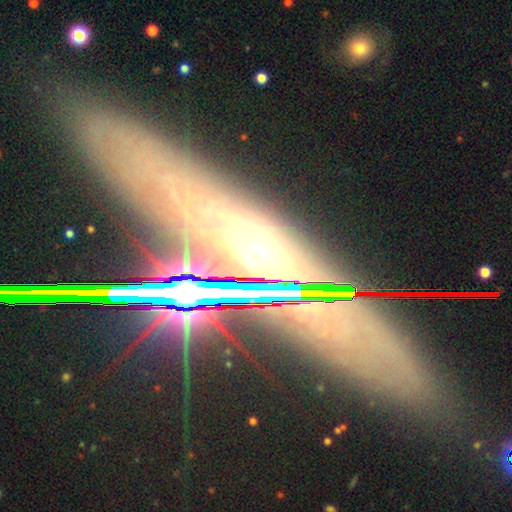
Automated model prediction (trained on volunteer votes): The model was most divided on "edge-on bulge": rounded: 66%, none: 27%, boxy: 7%. More confident: edge-on disk — yes (86%); merging — none (82%); smooth or featured — featured or disk (64%).